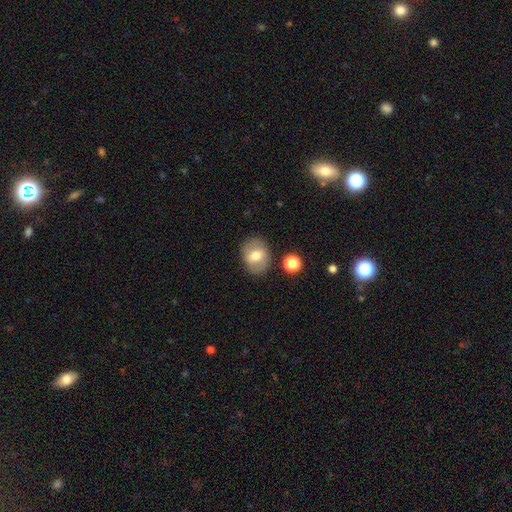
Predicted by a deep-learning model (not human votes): smooth-or-featured: smooth: 66% | featured or disk: 26% | star or artifact: 9%
  how-rounded: in between: 59% | round: 40% | cigar-shaped: 1%
  merging: none: 82% | minor disturbance: 11% | major disturbance: 4% | merger: 3%